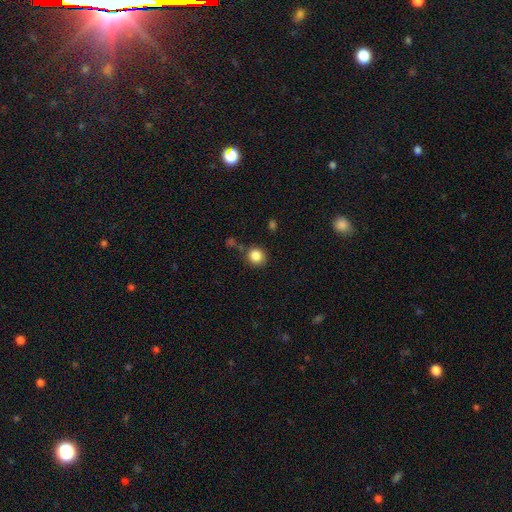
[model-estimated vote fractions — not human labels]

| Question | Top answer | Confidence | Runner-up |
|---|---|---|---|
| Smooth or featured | smooth | 86% | star or artifact (10%) |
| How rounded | round | 84% | in between (15%) |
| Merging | none | 81% | minor disturbance (11%) |